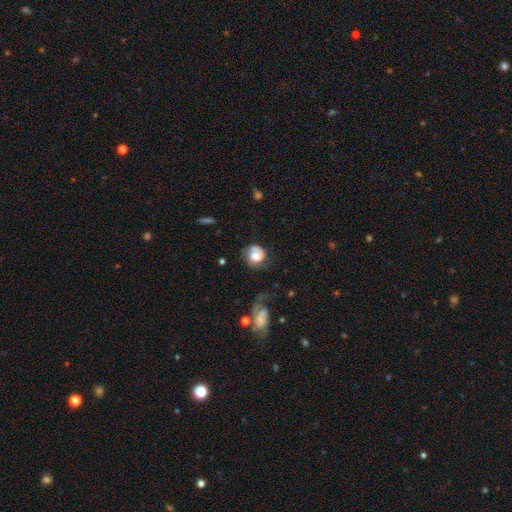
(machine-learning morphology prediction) Smooth or featured? smooth (52%)
How rounded? round (73%)
Merging? none (46%)